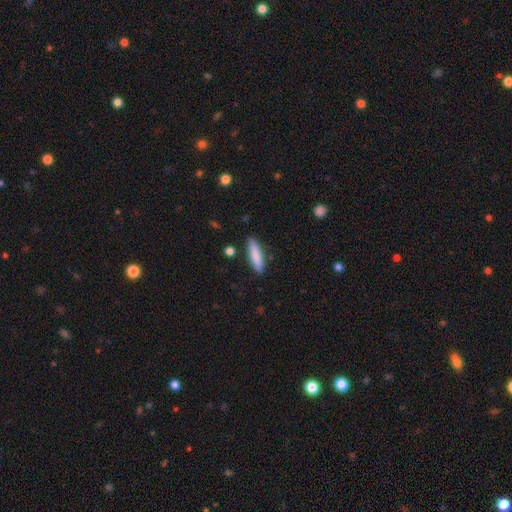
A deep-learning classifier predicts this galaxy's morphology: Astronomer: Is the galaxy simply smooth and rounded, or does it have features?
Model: smooth — 84%.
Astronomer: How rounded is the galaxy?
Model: cigar-shaped — 72%.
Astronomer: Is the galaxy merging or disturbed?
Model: none — 87%.